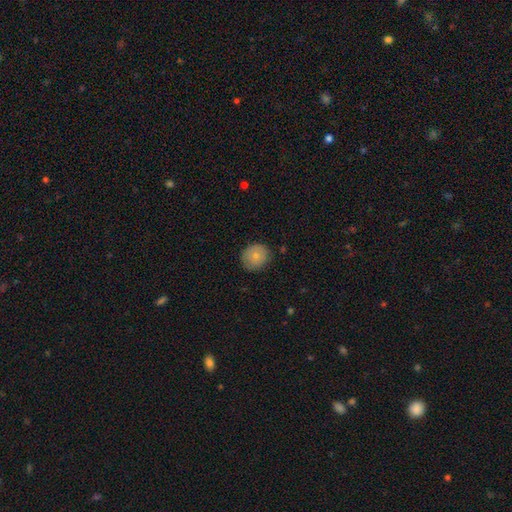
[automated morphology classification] Smooth or featured: smooth — 74% (featured or disk — 18%)
How rounded: round — 80% (in between — 20%)
Merging: none — 83% (minor disturbance — 14%)